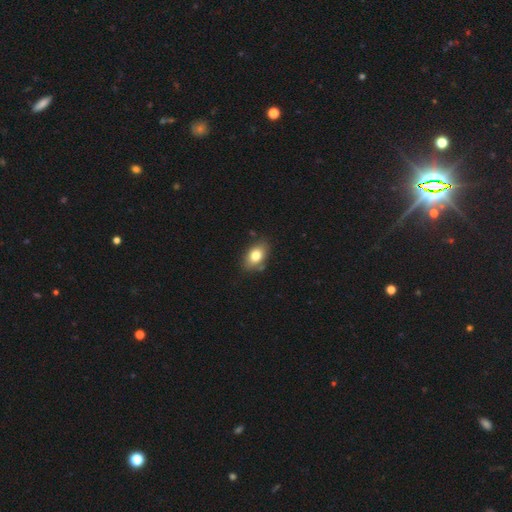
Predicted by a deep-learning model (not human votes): A smooth galaxy with no disk features (80%) that is in between round and cigar-shaped (85%). Merging: none (79%).